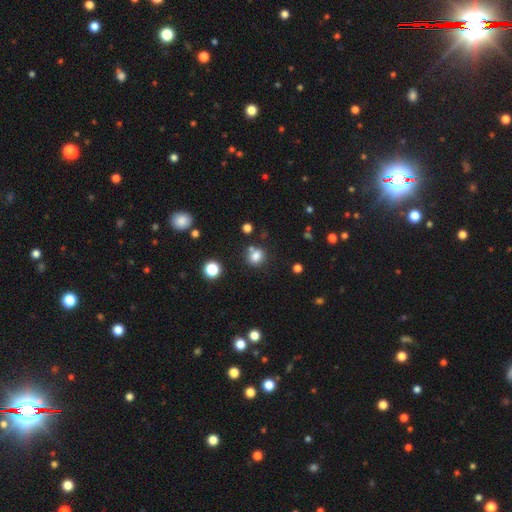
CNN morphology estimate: Smooth or featured: smooth — 79% (star or artifact — 14%)
How rounded: round — 65% (in between — 34%)
Merging: none — 64% (merger — 18%)